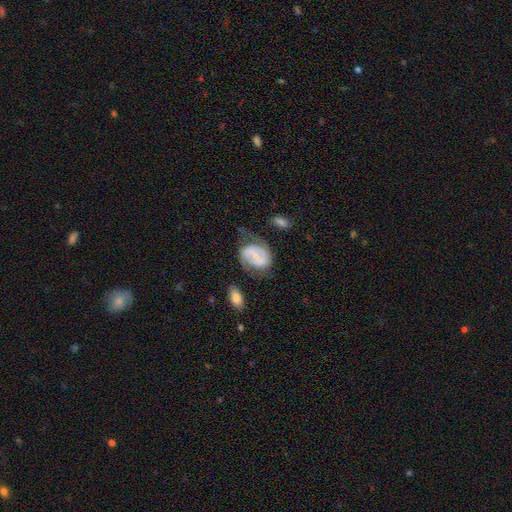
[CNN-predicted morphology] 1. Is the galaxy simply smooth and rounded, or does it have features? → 66% featured or disk, 27% smooth, 7% star or artifact.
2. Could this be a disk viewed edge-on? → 97% no, 3% yes.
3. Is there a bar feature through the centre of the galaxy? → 45% weak, 35% no, 20% strong.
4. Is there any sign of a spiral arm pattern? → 86% yes, 14% no.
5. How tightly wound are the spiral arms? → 45% medium, 31% tight, 24% loose.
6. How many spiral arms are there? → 77% 2, 12% can't tell, 7% 1, 2% 3, 1% 4, 1% more than 4.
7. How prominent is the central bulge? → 52% small, 26% none, 18% moderate, 2% large, 1% dominant.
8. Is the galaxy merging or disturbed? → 47% none, 27% minor disturbance, 21% major disturbance, 5% merger.